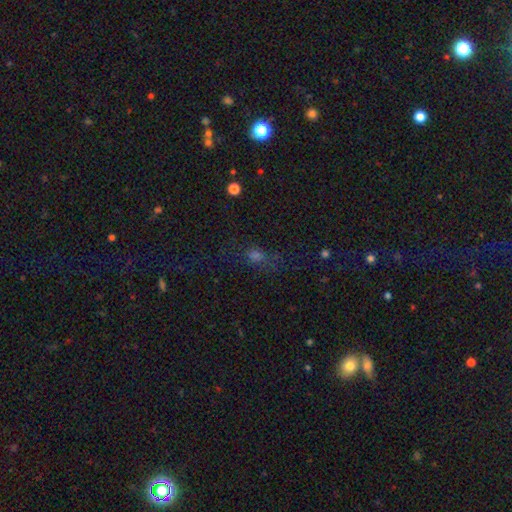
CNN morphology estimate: This appears to be a smooth galaxy with no disk features (50%) that is in between round and cigar-shaped (50%). Merging: none (57%).